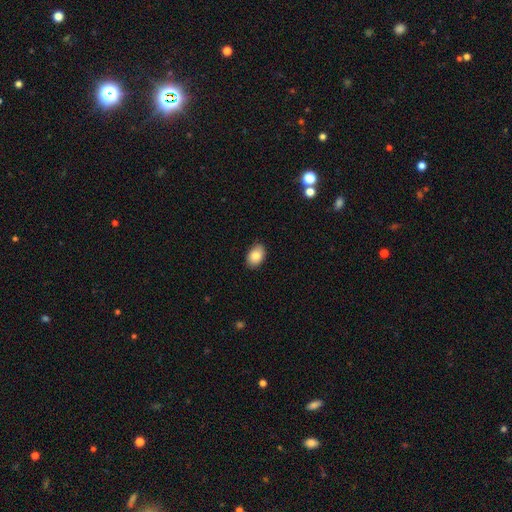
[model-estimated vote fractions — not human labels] Overall: smooth (86%). How rounded: in between (87%). Merging: none (86%).